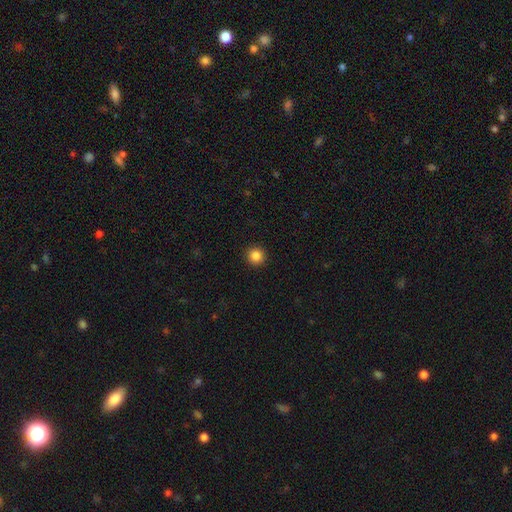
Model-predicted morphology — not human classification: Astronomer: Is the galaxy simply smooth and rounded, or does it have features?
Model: smooth — 86%.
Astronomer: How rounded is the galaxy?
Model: round — 96%.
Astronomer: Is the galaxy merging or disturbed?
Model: none — 93%.